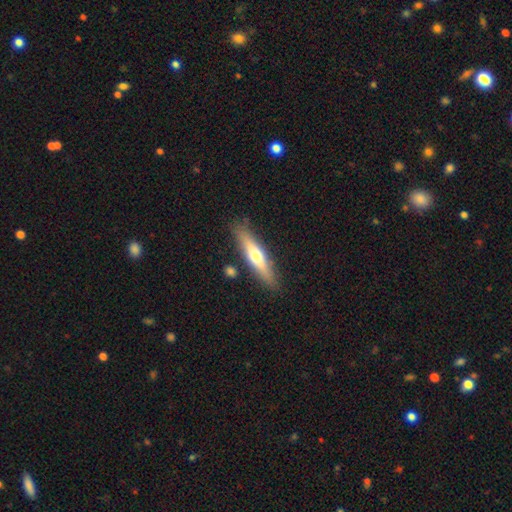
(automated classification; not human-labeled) This appears to be a smooth galaxy with no disk features (48%). Merging: none (85%).